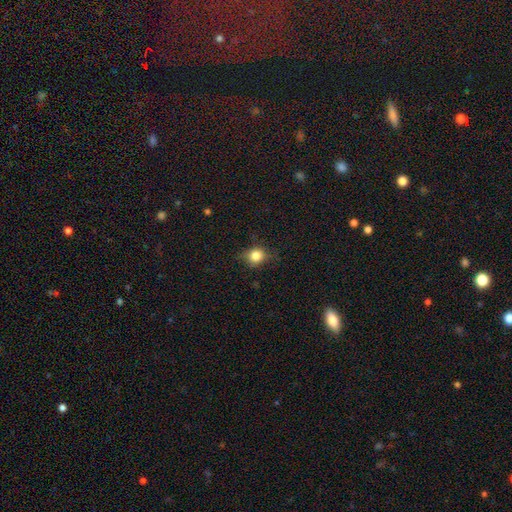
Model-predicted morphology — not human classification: Smooth or featured: smooth — 78% (star or artifact — 12%)
How rounded: round — 77% (in between — 22%)
Merging: none — 76% (minor disturbance — 19%)